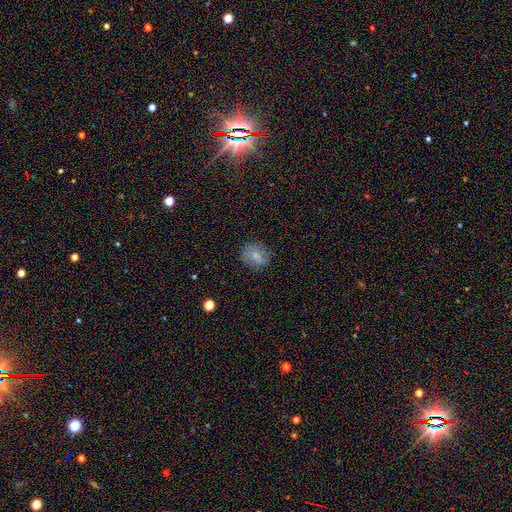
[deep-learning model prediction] This is likely a smooth galaxy (72%). How rounded: likely round (63%). Merging: likely none (76%).